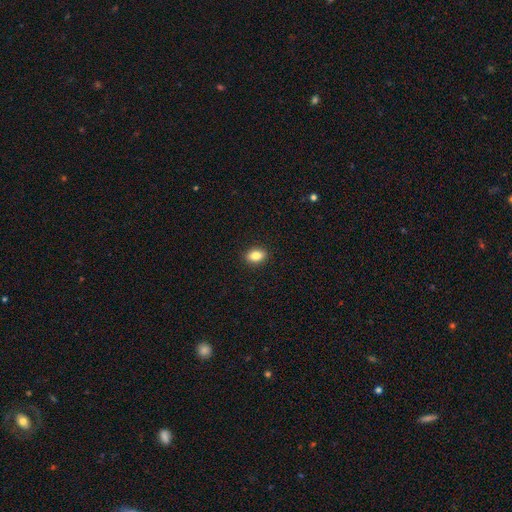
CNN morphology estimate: This is clearly a smooth galaxy (85%). How rounded: clearly in between (80%). Merging: clearly none (90%).